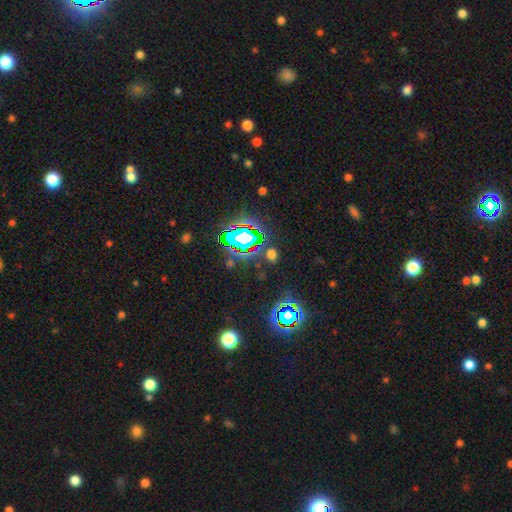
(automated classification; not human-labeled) Morphology: type=star or artifact (81%).